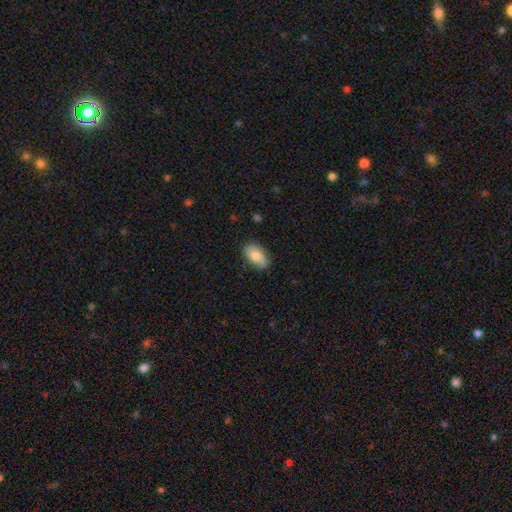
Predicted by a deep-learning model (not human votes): smooth_or_featured: smooth (p=0.76) [alt: featured or disk p=0.17]
how_rounded: in between (p=0.93) [alt: round p=0.05]
merging: none (p=0.74) [alt: minor disturbance p=0.21]